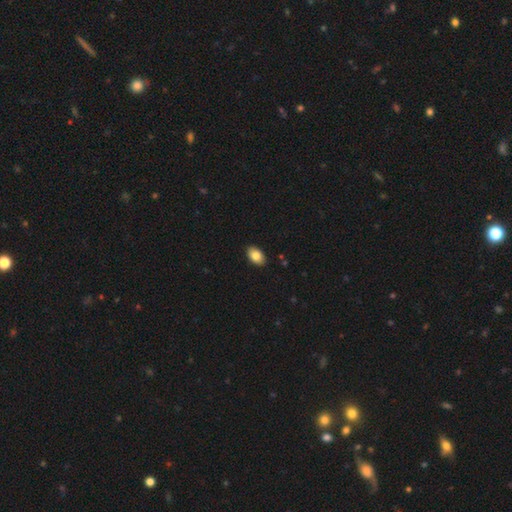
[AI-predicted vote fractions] The model was most divided on "smooth or featured": smooth: 84%, featured or disk: 8%, star or artifact: 7%. More confident: how rounded — in between (91%); merging — none (90%).